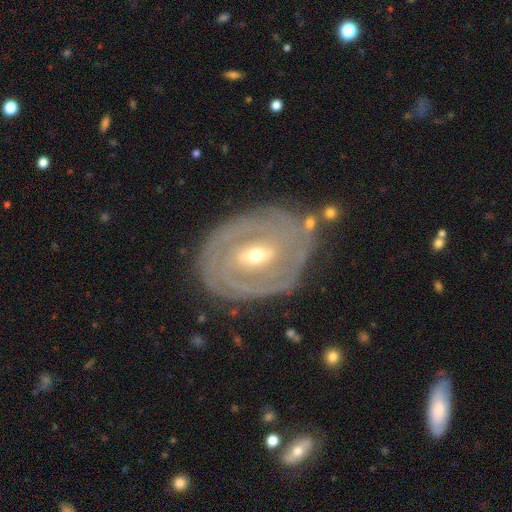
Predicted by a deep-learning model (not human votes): Q: Smooth or featured?
A: featured or disk (86%); runner-up: smooth (9%)
Q: Edge-on disk?
A: no (95%); runner-up: yes (5%)
Q: Bar?
A: weak (46%); runner-up: strong (33%)
Q: Spiral arms?
A: yes (91%); runner-up: no (9%)
Q: Spiral winding?
A: tight (83%); runner-up: medium (13%)
Q: Spiral arm count?
A: can't tell (36%); runner-up: 2 (28%)
Q: Bulge size?
A: small (50%); runner-up: moderate (46%)
Q: Merging?
A: none (76%); runner-up: minor disturbance (15%)